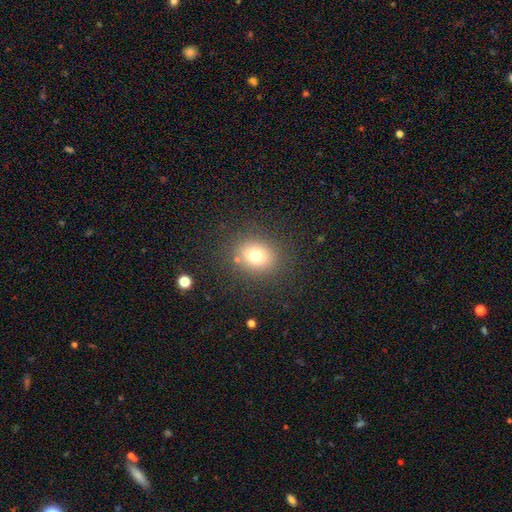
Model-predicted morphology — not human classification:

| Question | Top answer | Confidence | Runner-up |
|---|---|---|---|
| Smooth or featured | smooth | 73% | star or artifact (15%) |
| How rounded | round | 67% | in between (32%) |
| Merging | none | 84% | minor disturbance (9%) |